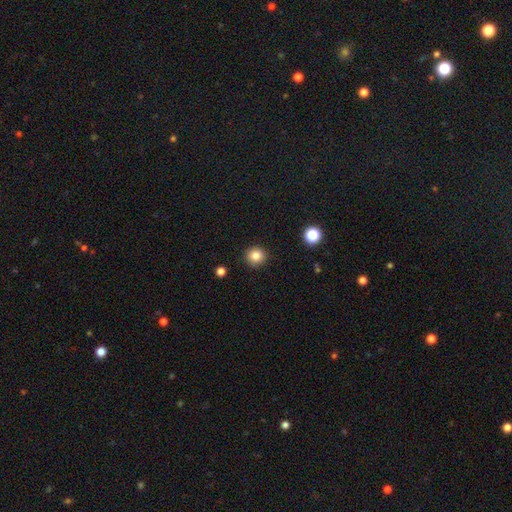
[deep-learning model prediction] Smooth or featured? Predicted: smooth (p=0.84). How rounded? Predicted: round (p=0.92). Merging? Predicted: none (p=0.91).